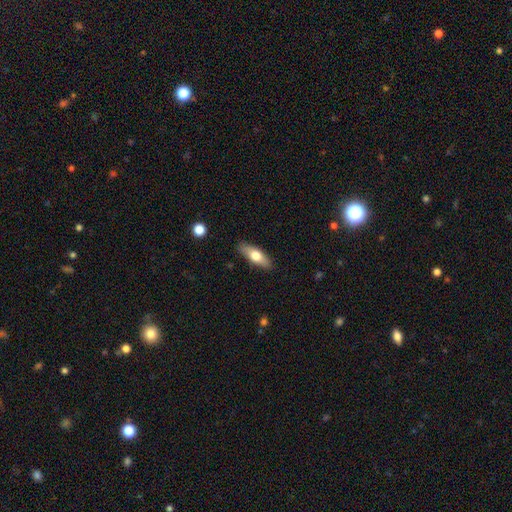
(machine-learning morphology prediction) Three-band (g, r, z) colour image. It shows a smooth galaxy with no disk features (62%) that is in between round and cigar-shaped (61%). Merging: none (87%).